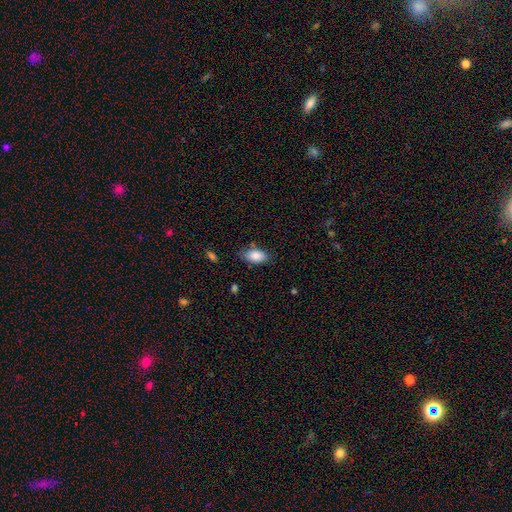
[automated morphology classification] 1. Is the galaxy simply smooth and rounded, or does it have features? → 87% smooth, 7% star or artifact, 6% featured or disk.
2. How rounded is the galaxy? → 93% in between, 5% round, 3% cigar-shaped.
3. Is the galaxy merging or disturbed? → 75% none, 18% minor disturbance, 4% major disturbance, 3% merger.